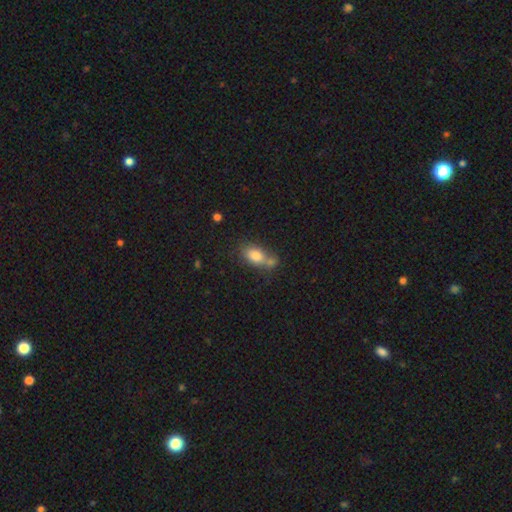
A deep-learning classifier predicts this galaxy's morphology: Smooth or featured?
  - smooth: 78% *
  - featured or disk: 12%
  - star or artifact: 9%
How rounded?
  - in between: 82% *
  - round: 11%
  - cigar-shaped: 6%
Merging?
  - none: 43% *
  - merger: 33%
  - minor disturbance: 17%
  - major disturbance: 7%